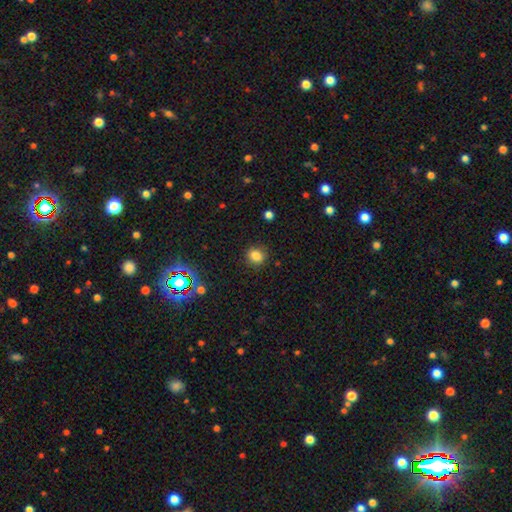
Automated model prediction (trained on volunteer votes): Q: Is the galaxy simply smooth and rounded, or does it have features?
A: smooth — 81%.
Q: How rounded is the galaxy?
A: round — 76%.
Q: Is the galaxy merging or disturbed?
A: none — 87%.